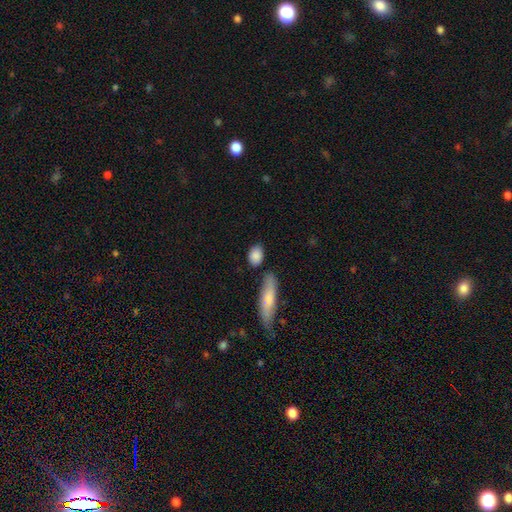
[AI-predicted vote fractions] Smooth or featured? Predicted: smooth (p=0.87). How rounded? Predicted: in between (p=0.74). Merging? Predicted: none (p=0.75).